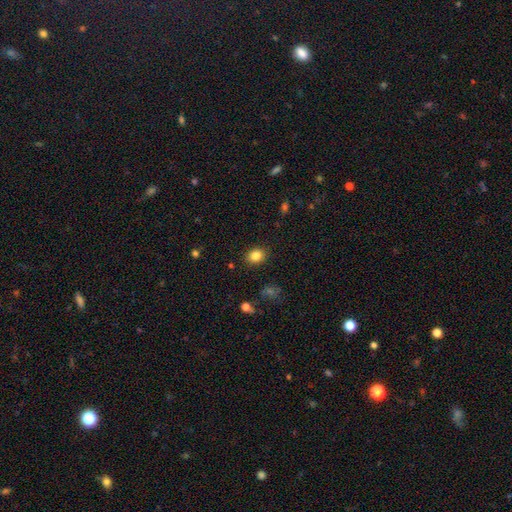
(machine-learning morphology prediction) A smooth galaxy with no disk features (84%) that is in between round and cigar-shaped (52%).

Vote fractions:
- Smooth or featured? smooth: 84% / star or artifact: 10% / featured or disk: 6%
- How rounded? in between: 52% / round: 47% / cigar-shaped: 1%
- Merging? none: 88% / minor disturbance: 8% / major disturbance: 2% / merger: 1%